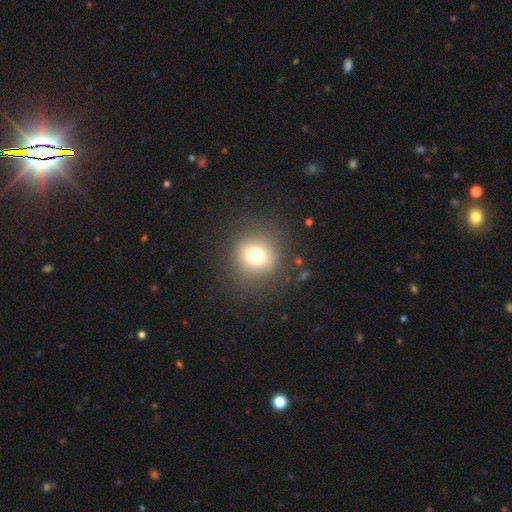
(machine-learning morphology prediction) type=smooth (72%); roundness=round (92%); merging=none (87%).